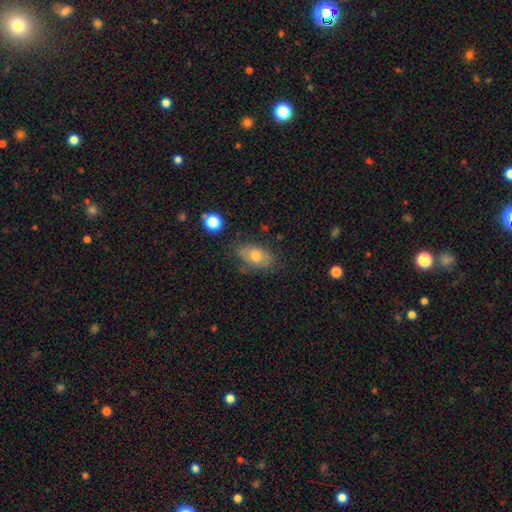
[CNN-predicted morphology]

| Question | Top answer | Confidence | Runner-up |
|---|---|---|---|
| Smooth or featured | smooth | 67% | featured or disk (24%) |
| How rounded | in between | 87% | round (11%) |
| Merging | none | 67% | minor disturbance (23%) |